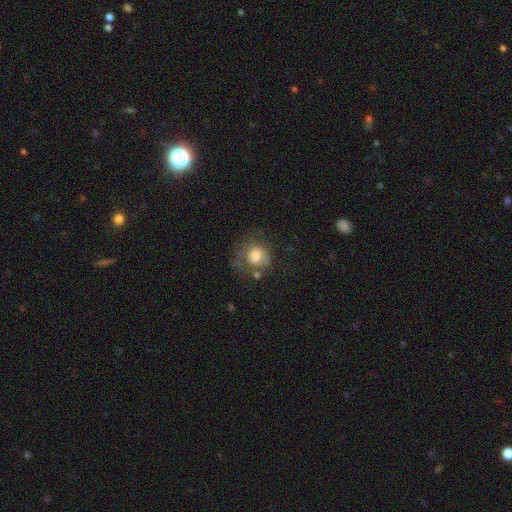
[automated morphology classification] type=smooth (61%); roundness=round (73%); merging=none (44%).